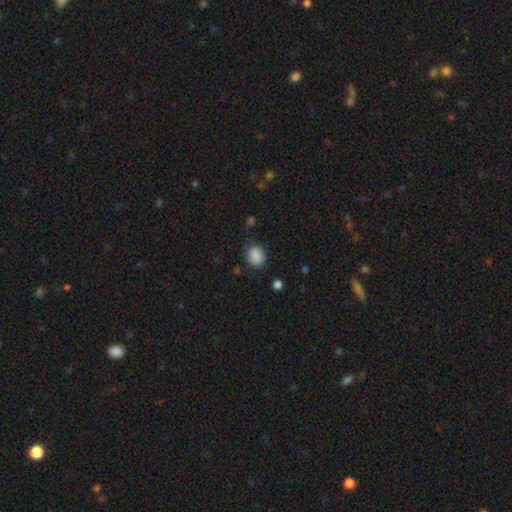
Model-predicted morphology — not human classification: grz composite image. It shows a smooth galaxy with no disk features (87%) that is round (60%). Merging: none (74%).